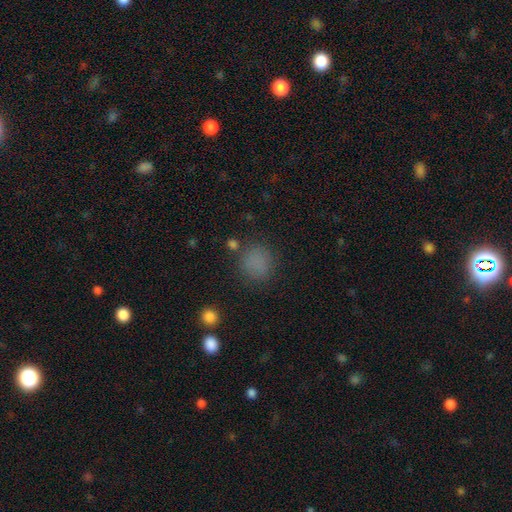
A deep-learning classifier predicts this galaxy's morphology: Q: Smooth or featured?
A: smooth (66%); runner-up: star or artifact (28%)
Q: How rounded?
A: round (91%); runner-up: in between (8%)
Q: Merging?
A: none (85%); runner-up: minor disturbance (8%)